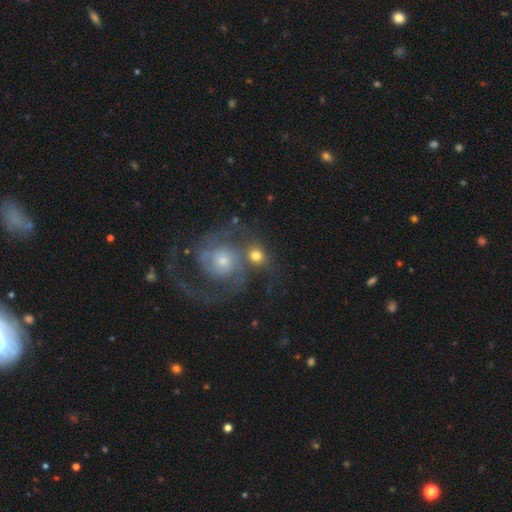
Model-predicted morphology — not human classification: The model was most divided on "merging": none: 40%, merger: 35%, major disturbance: 13%, minor disturbance: 12%. Remaining: edge-on disk — no (97%); spiral arms — yes (89%); bar — no (72%); spiral arm count — 2 (64%); smooth or featured — featured or disk (60%); bulge size — small (56%); spiral winding — medium (44%).